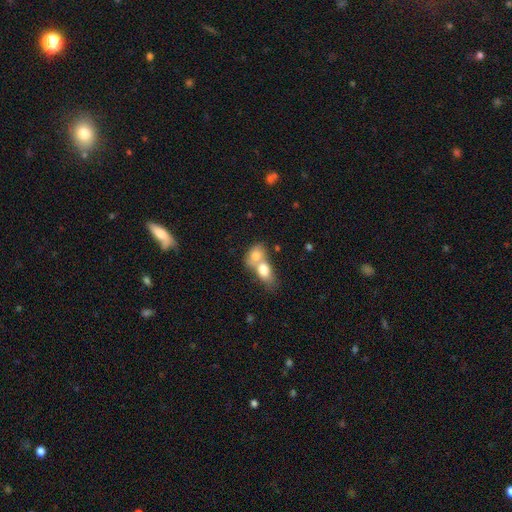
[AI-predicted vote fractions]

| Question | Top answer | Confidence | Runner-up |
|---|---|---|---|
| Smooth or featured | smooth | 76% | featured or disk (16%) |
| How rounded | in between | 74% | round (23%) |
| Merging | merger | 73% | none (17%) |